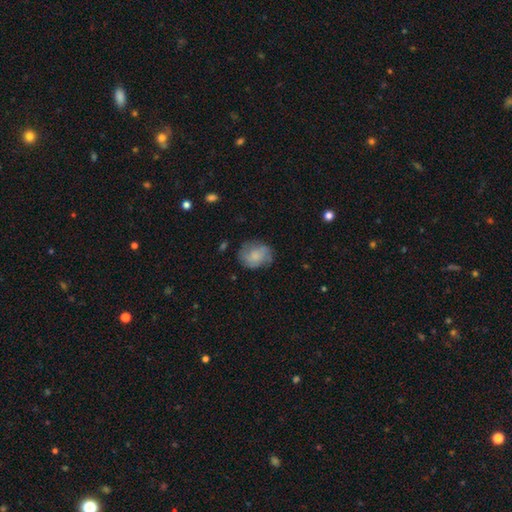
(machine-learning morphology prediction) Smooth or featured? smooth (67%)
How rounded? round (58%)
Merging? none (65%)